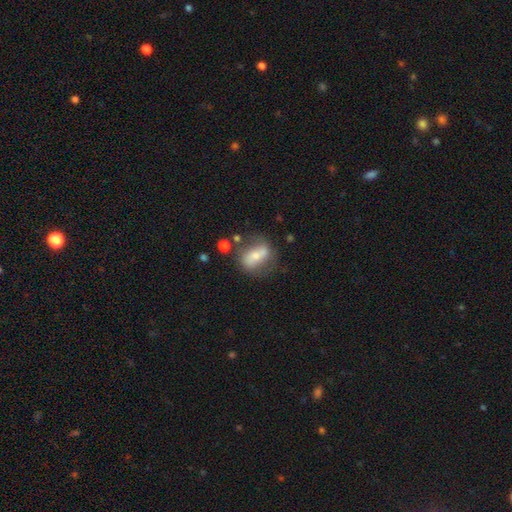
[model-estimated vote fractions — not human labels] A smooth galaxy with no disk features (50%). Merging: none (56%).